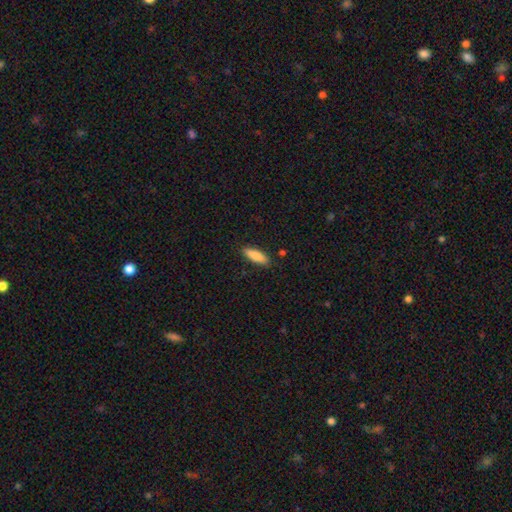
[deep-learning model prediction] Q: Smooth or featured?
A: smooth (85%); runner-up: featured or disk (9%)
Q: How rounded?
A: in between (54%); runner-up: cigar-shaped (44%)
Q: Merging?
A: none (87%); runner-up: minor disturbance (10%)